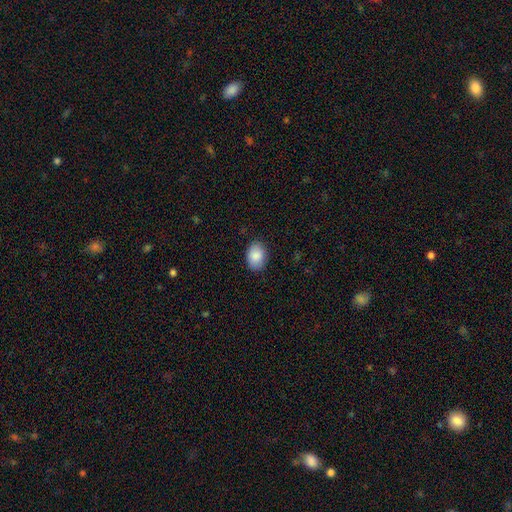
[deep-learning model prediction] Q: Smooth or featured?
A: smooth (88%); runner-up: star or artifact (7%)
Q: How rounded?
A: in between (79%); runner-up: round (20%)
Q: Merging?
A: none (87%); runner-up: minor disturbance (10%)